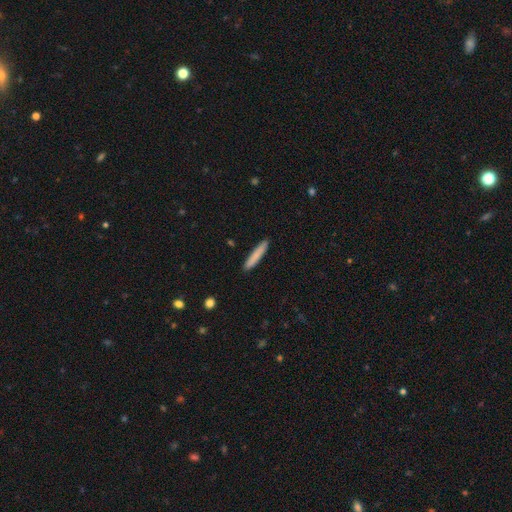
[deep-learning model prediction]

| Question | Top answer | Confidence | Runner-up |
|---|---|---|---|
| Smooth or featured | smooth | 84% | featured or disk (11%) |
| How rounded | cigar-shaped | 92% | in between (6%) |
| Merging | none | 90% | minor disturbance (7%) |